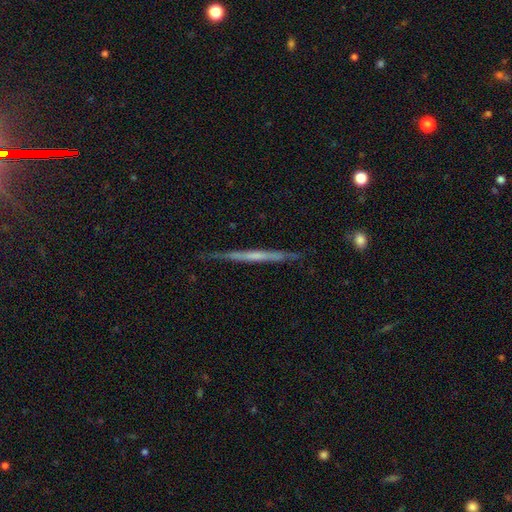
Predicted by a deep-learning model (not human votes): Morphology: type=featured or disk (62%); edge-on=yes (97%); edge-on bulge=none (81%); merging=none (84%).